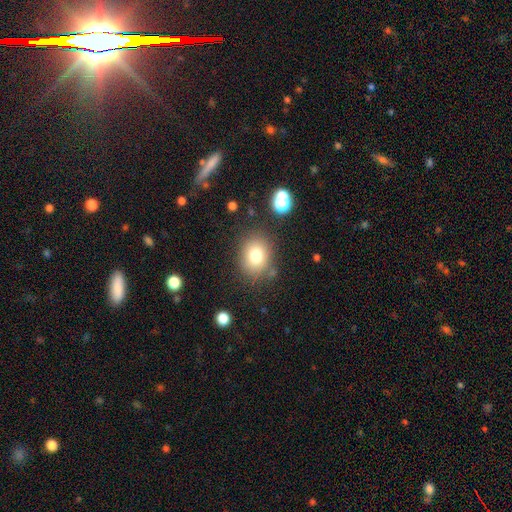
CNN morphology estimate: Smooth or featured: smooth — 77% (star or artifact — 13%)
How rounded: round — 55% (in between — 44%)
Merging: none — 78% (minor disturbance — 13%)